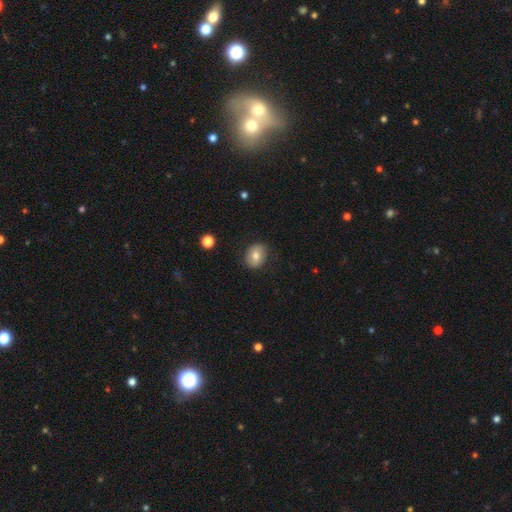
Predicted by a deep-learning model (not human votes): Smooth or featured?
  - smooth: 75% *
  - featured or disk: 17%
  - star or artifact: 8%
How rounded?
  - in between: 53% *
  - round: 46%
  - cigar-shaped: 1%
Merging?
  - none: 83% *
  - minor disturbance: 12%
  - major disturbance: 3%
  - merger: 1%